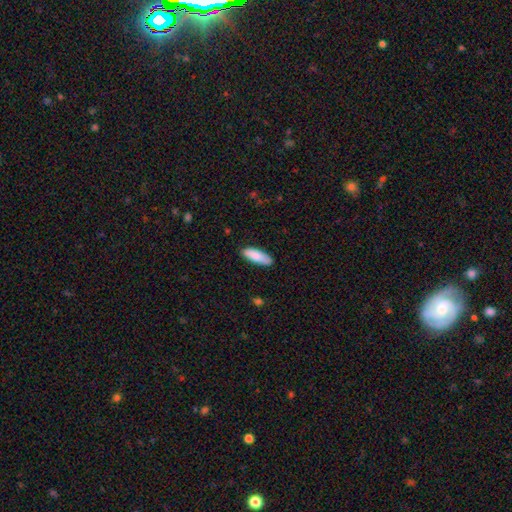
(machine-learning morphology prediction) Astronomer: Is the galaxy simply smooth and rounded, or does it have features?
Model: smooth — 86%.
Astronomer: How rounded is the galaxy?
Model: in between — 57% (runner-up: cigar-shaped, 41%).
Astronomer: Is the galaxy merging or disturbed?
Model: none — 85%.